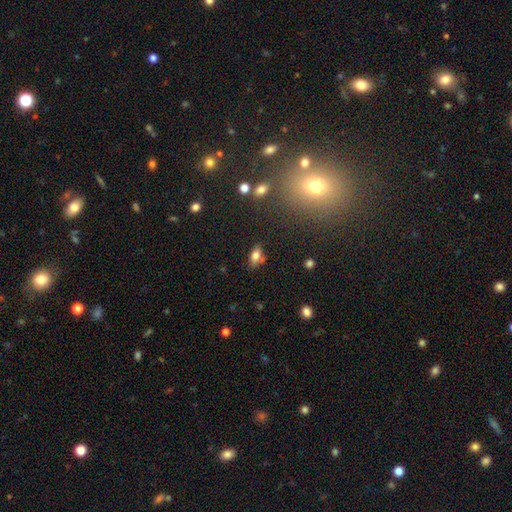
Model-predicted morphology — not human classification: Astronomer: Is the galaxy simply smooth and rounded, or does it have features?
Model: smooth — 75%.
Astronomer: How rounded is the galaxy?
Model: in between — 85%.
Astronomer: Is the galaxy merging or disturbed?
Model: none — 66%.